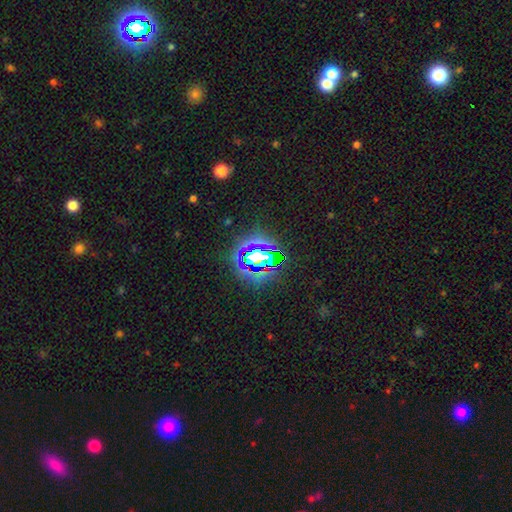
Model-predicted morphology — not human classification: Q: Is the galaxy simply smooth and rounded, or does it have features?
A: star or artifact — 65%.